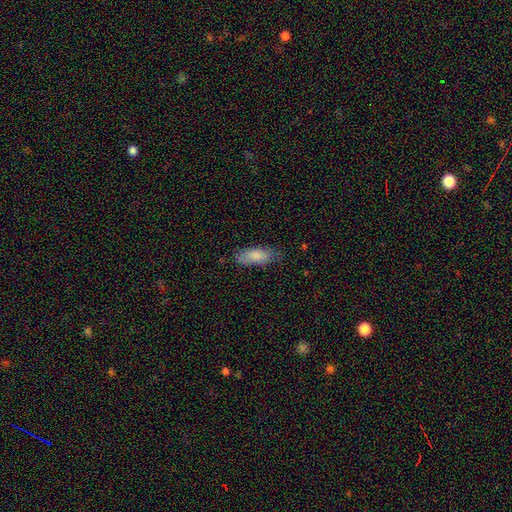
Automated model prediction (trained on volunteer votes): smooth_or_featured: smooth (p=0.81) [alt: featured or disk p=0.12]
how_rounded: in between (p=0.70) [alt: cigar-shaped p=0.29]
merging: none (p=0.73) [alt: minor disturbance p=0.21]